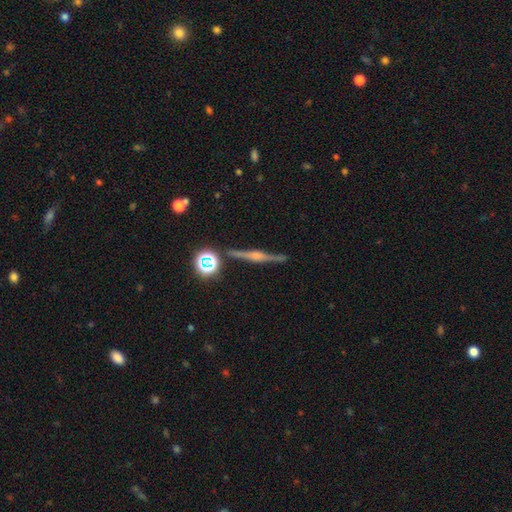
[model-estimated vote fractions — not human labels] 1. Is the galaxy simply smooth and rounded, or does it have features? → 80% featured or disk, 11% smooth, 9% star or artifact.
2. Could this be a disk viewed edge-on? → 97% yes, 3% no.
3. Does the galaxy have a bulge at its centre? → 80% rounded, 12% boxy, 7% none.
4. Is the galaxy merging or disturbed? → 88% none, 8% minor disturbance, 3% merger, 2% major disturbance.